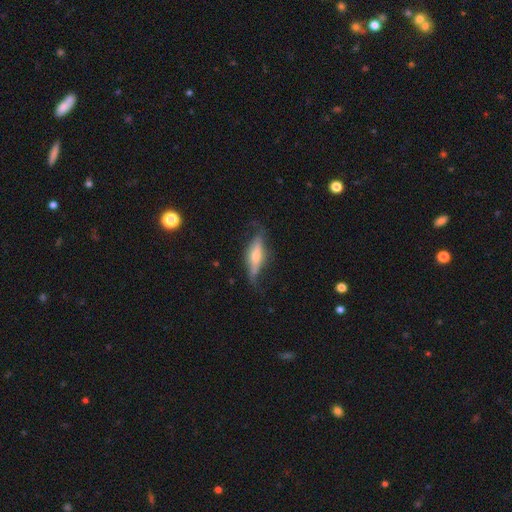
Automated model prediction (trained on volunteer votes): A featured or disk galaxy (61%) viewed edge-on (82%) with a rounded central bulge (71%). Merging: none (61%).